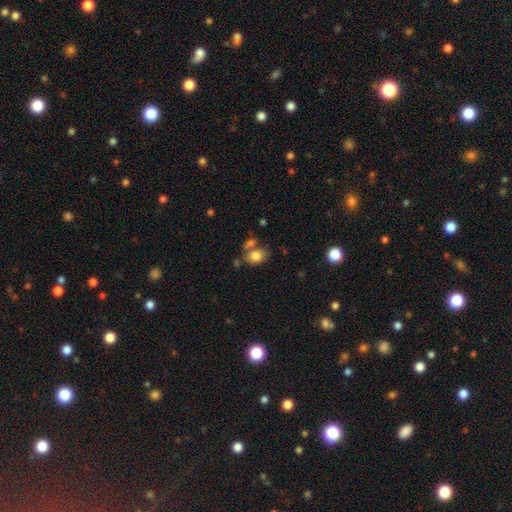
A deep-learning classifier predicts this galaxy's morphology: Overall: smooth (79%). How rounded: in between (73%). Merging: none (49%; merger 28%).